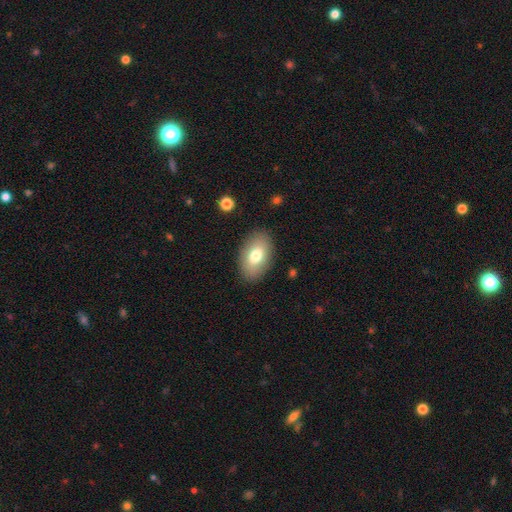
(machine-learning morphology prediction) smooth-or-featured: smooth: 75% | featured or disk: 18% | star or artifact: 7%
  how-rounded: in between: 92% | round: 7% | cigar-shaped: 1%
  merging: none: 87% | minor disturbance: 10% | major disturbance: 3% | merger: 1%